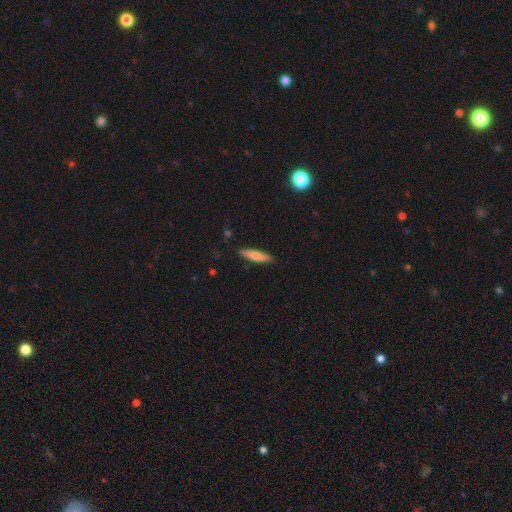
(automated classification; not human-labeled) Smooth or featured: smooth — 75% (featured or disk — 19%)
How rounded: cigar-shaped — 81% (in between — 18%)
Merging: none — 88% (minor disturbance — 9%)